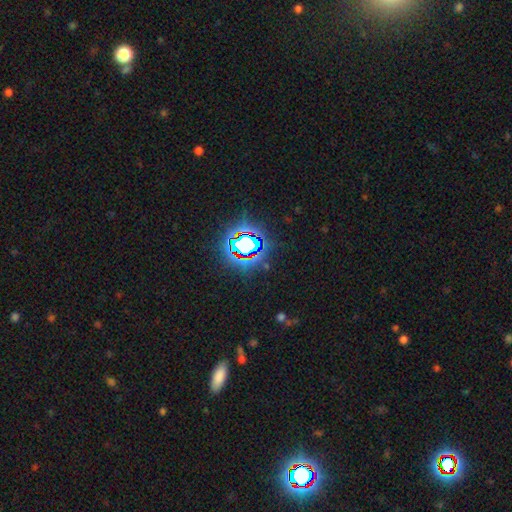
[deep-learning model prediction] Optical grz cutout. It shows a star or artifact, not a galaxy (80%).